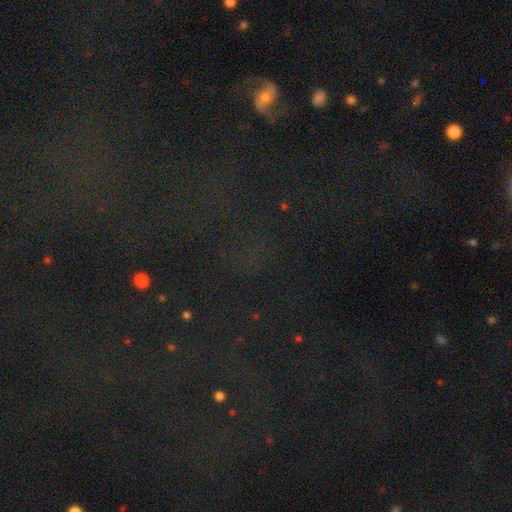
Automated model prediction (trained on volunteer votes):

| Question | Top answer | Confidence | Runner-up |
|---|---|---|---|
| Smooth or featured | star or artifact | 75% | smooth (15%) |